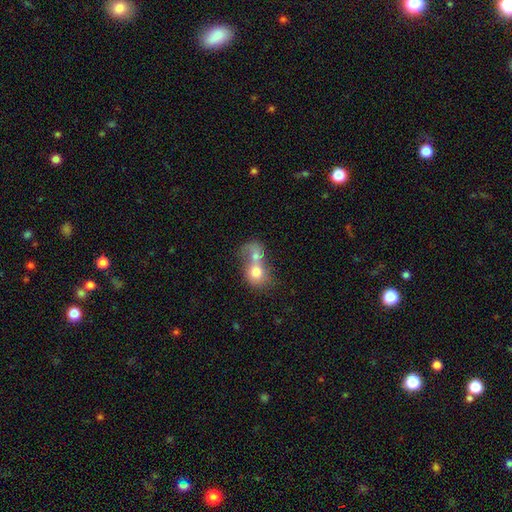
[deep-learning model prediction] Smooth or featured?
  - smooth: 67% *
  - featured or disk: 25%
  - star or artifact: 8%
How rounded?
  - round: 54% *
  - in between: 44%
  - cigar-shaped: 2%
Merging?
  - merger: 82% *
  - none: 8%
  - major disturbance: 6%
  - minor disturbance: 4%